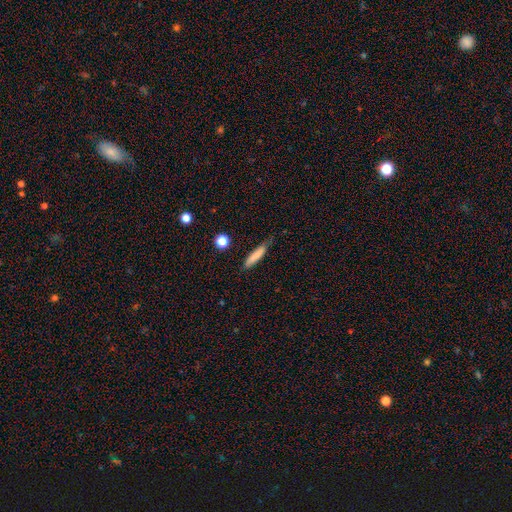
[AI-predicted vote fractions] Morphology: type=smooth (80%); roundness=cigar-shaped (85%); merging=none (66%).